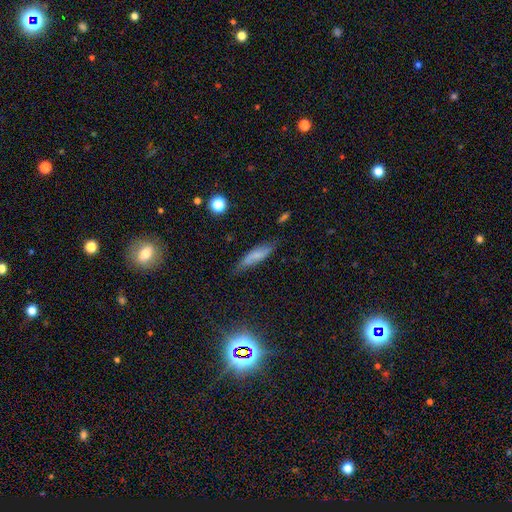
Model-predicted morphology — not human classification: Smooth or featured? smooth (63%)
How rounded? cigar-shaped (69%)
Merging? none (67%)